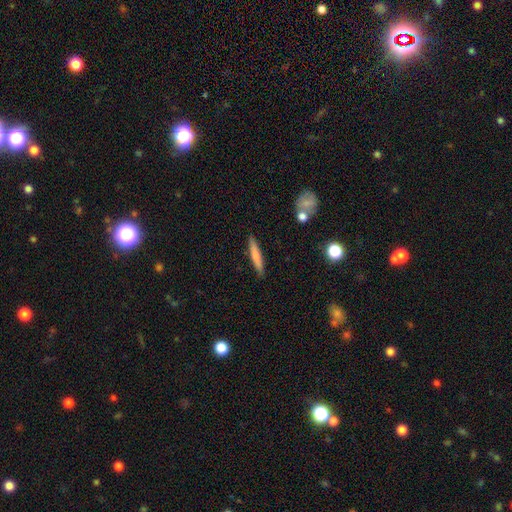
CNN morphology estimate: Smooth or featured?
  - smooth: 69% *
  - featured or disk: 25%
  - star or artifact: 6%
How rounded?
  - cigar-shaped: 92% *
  - in between: 6%
  - round: 1%
Merging?
  - none: 89% *
  - minor disturbance: 8%
  - merger: 2%
  - major disturbance: 2%